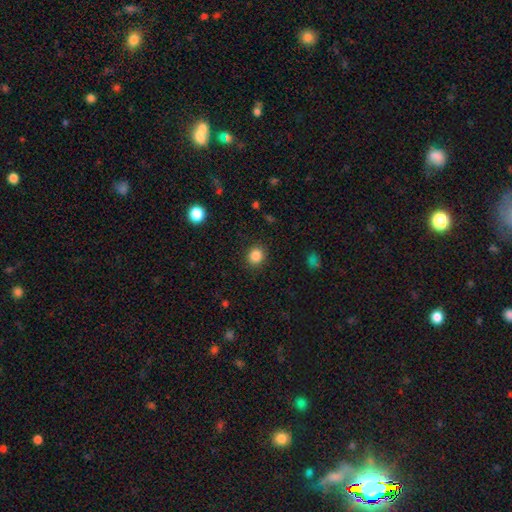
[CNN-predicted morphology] Overall: smooth (85%). How rounded: round (81%). Merging: none (90%).